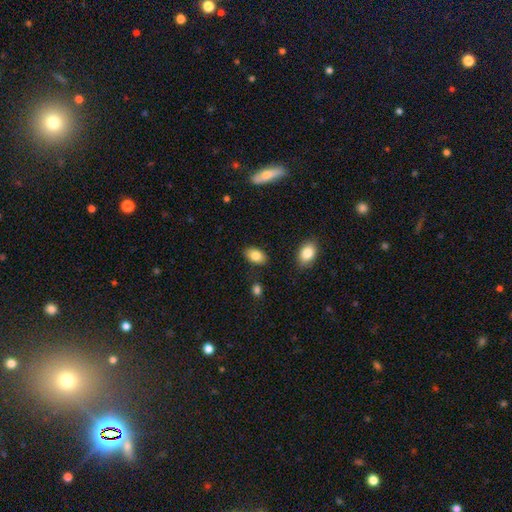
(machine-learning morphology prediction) A smooth galaxy with no disk features (83%) that is in between round and cigar-shaped (90%). Merging: none (85%).